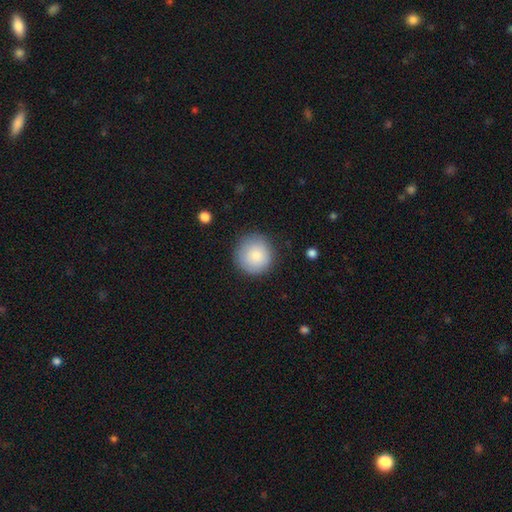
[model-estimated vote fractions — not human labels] Smooth or featured?
  - smooth: 84% *
  - featured or disk: 9%
  - star or artifact: 7%
How rounded?
  - round: 95% *
  - in between: 4%
  - cigar-shaped: 1%
Merging?
  - none: 85% *
  - minor disturbance: 11%
  - major disturbance: 3%
  - merger: 1%